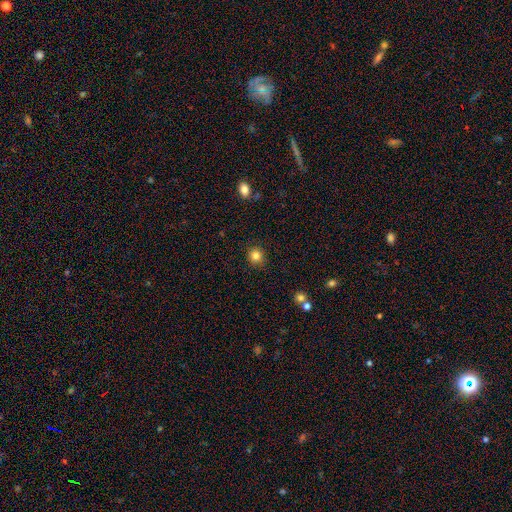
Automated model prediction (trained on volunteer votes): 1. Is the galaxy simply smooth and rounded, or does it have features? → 84% smooth, 11% star or artifact, 5% featured or disk.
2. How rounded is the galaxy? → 87% round, 12% in between, 1% cigar-shaped.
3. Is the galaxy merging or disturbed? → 90% none, 7% minor disturbance, 2% major disturbance, 1% merger.